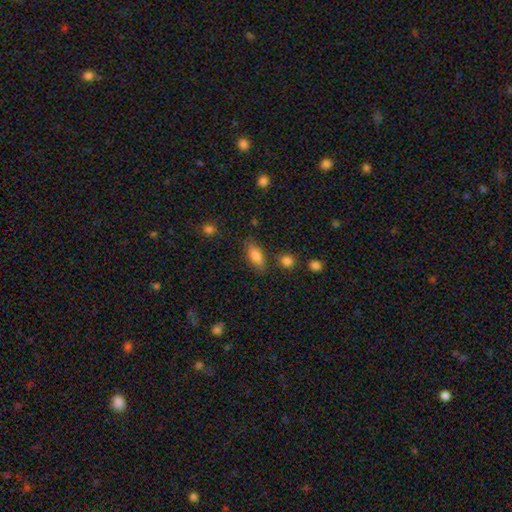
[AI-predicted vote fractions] Smooth or featured: smooth — 81% (featured or disk — 11%)
How rounded: in between — 80% (cigar-shaped — 17%)
Merging: none — 77% (minor disturbance — 15%)